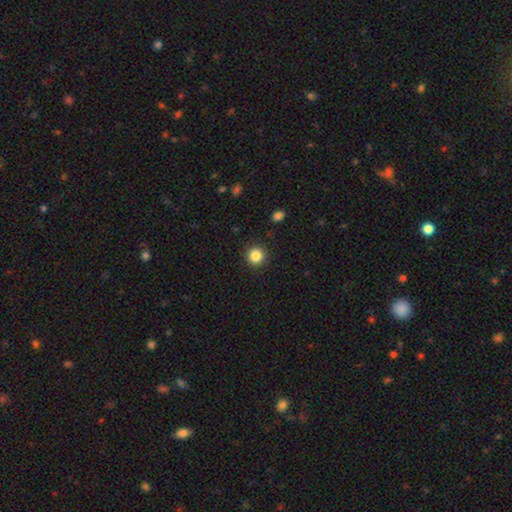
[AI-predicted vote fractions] Smooth or featured: smooth — 85% (star or artifact — 11%)
How rounded: round — 95% (in between — 4%)
Merging: none — 92% (minor disturbance — 5%)